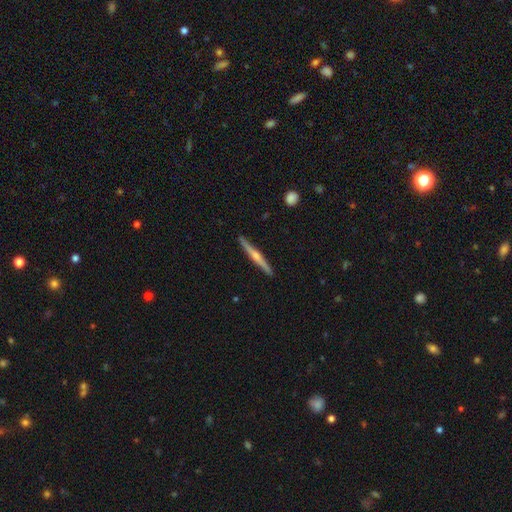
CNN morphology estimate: type=featured or disk (72%); edge-on=yes (98%); edge-on bulge=rounded (82%); merging=none (92%).